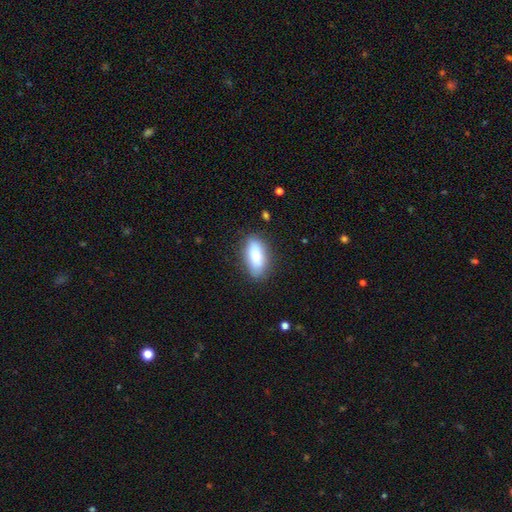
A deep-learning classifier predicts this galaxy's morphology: Smooth or featured? Predicted: smooth (p=0.80). How rounded? Predicted: in between (p=0.84). Merging? Predicted: none (p=0.82).